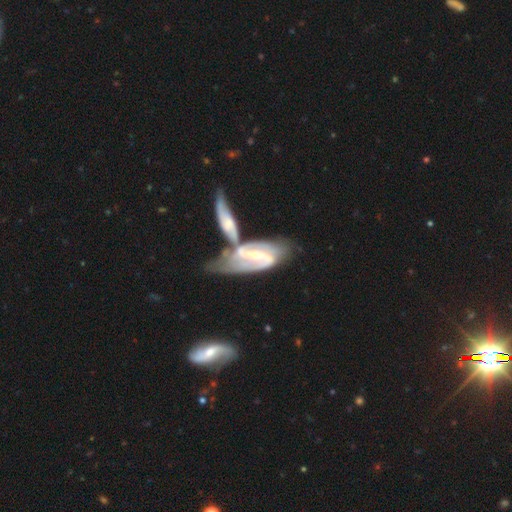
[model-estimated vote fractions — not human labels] Morphology: type=featured or disk (89%); edge-on=no (93%); bar=strong (61%); spiral arms=yes (96%); winding=medium (45%); arm count=2 (90%); bulge=small (68%); merging=merger (49%).